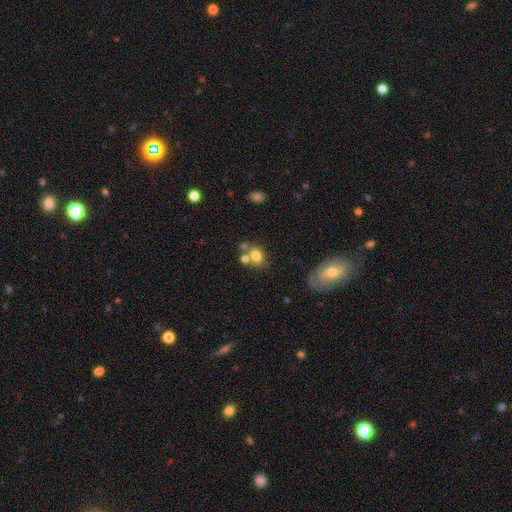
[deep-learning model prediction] Q: Smooth or featured?
A: smooth (77%); runner-up: featured or disk (12%)
Q: How rounded?
A: round (50%); runner-up: in between (49%)
Q: Merging?
A: none (50%); runner-up: merger (31%)